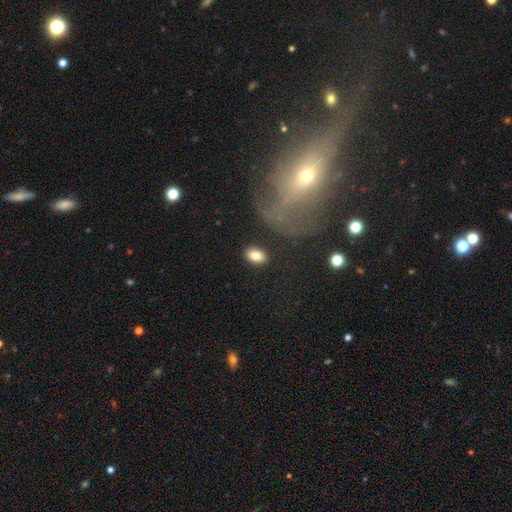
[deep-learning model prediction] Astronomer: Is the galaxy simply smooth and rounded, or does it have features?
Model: smooth — 82%.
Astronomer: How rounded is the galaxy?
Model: in between — 88%.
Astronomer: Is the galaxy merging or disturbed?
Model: none — 86%.